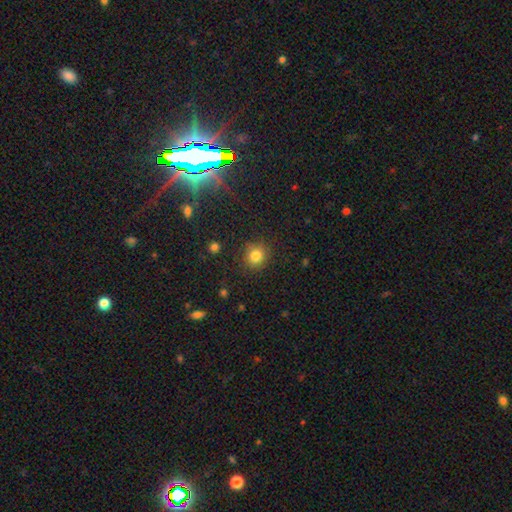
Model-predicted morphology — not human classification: Smooth or featured?
  - smooth: 81% *
  - star or artifact: 13%
  - featured or disk: 6%
How rounded?
  - round: 89% *
  - in between: 10%
  - cigar-shaped: 1%
Merging?
  - none: 86% *
  - minor disturbance: 9%
  - major disturbance: 3%
  - merger: 2%